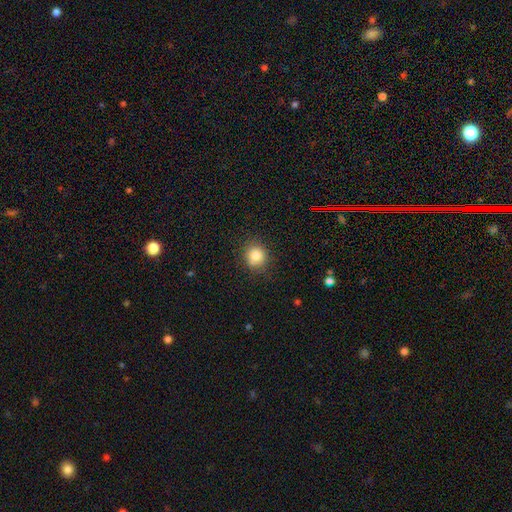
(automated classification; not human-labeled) Smooth or featured?
  - smooth: 83% *
  - star or artifact: 11%
  - featured or disk: 6%
How rounded?
  - round: 85% *
  - in between: 15%
  - cigar-shaped: 1%
Merging?
  - none: 84% *
  - minor disturbance: 11%
  - major disturbance: 3%
  - merger: 1%